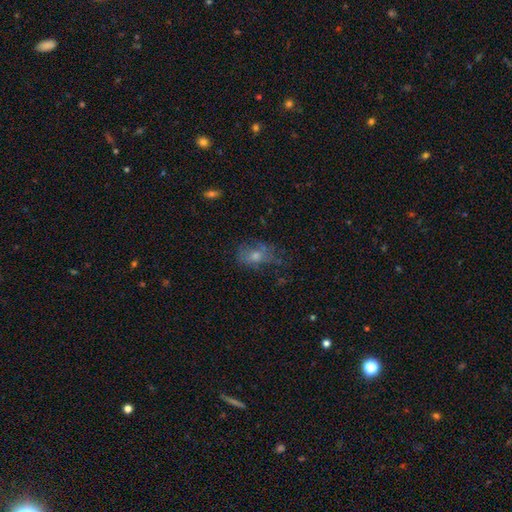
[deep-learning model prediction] This is possibly a smooth galaxy (46%). Merging: possibly none (48%).